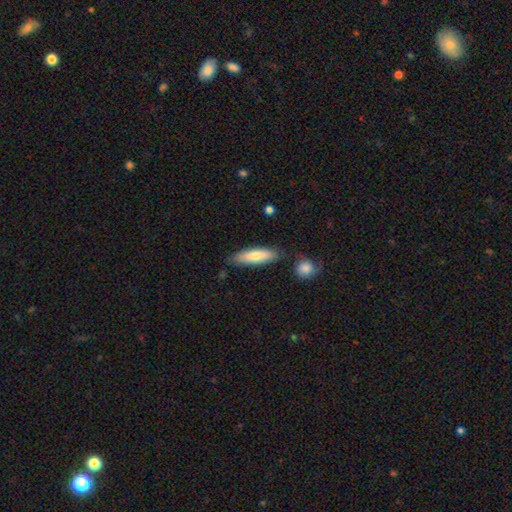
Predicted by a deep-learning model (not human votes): Smooth or featured: smooth — 69% (featured or disk — 25%)
How rounded: cigar-shaped — 68% (in between — 31%)
Merging: none — 79% (minor disturbance — 13%)